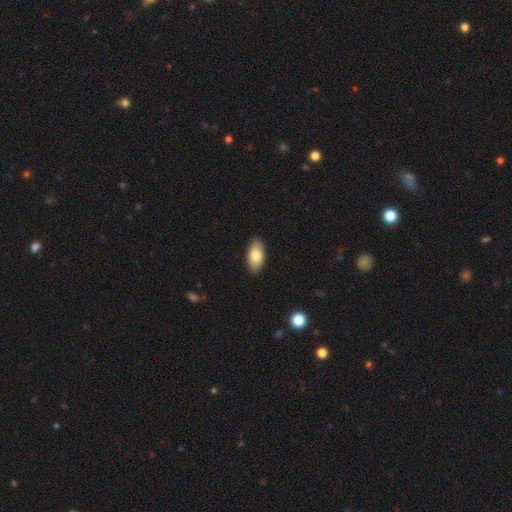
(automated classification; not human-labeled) A smooth galaxy with no disk features (78%) that is in between round and cigar-shaped (92%).

Vote fractions:
- Smooth or featured? smooth: 78% / featured or disk: 16% / star or artifact: 6%
- How rounded? in between: 92% / cigar-shaped: 5% / round: 3%
- Merging? none: 89% / minor disturbance: 9% / major disturbance: 2% / merger: 1%